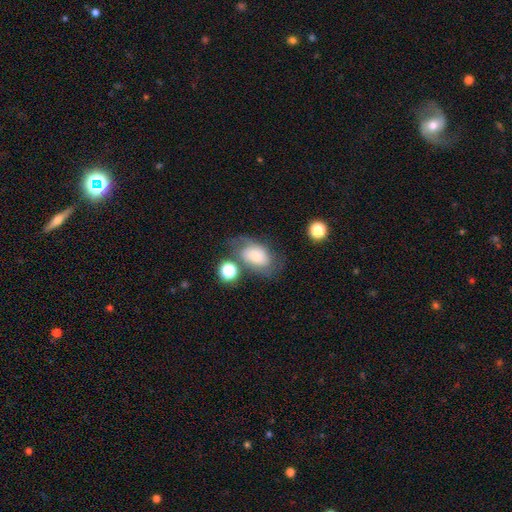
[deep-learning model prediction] smooth_or_featured: smooth (p=0.56) [alt: featured or disk p=0.33]
how_rounded: in between (p=0.84) [alt: round p=0.15]
merging: none (p=0.49) [alt: minor disturbance p=0.24]